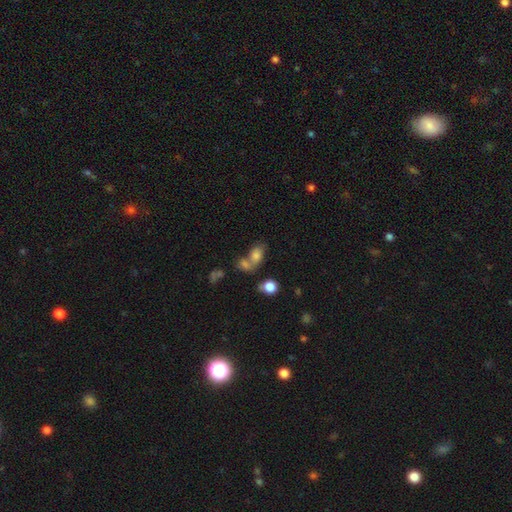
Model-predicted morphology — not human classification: Smooth or featured?
  - smooth: 72% *
  - featured or disk: 15%
  - star or artifact: 13%
How rounded?
  - in between: 76% *
  - round: 22%
  - cigar-shaped: 2%
Merging?
  - merger: 47% *
  - none: 33%
  - minor disturbance: 12%
  - major disturbance: 8%